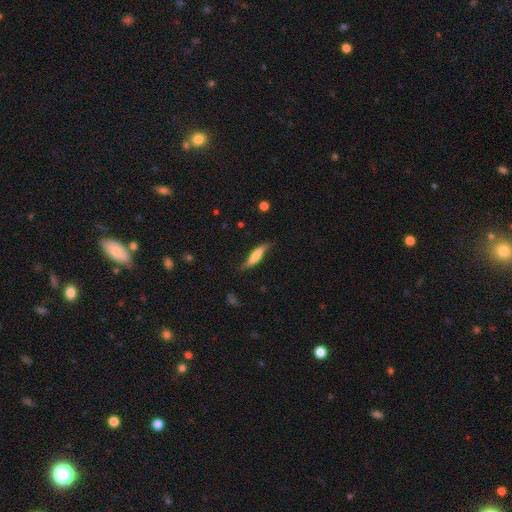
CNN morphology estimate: Smooth or featured? Predicted: smooth (p=0.58). How rounded? Predicted: cigar-shaped (p=0.72). Merging? Predicted: none (p=0.66).